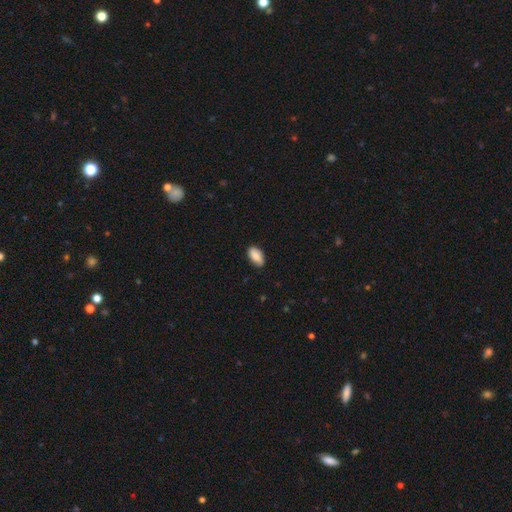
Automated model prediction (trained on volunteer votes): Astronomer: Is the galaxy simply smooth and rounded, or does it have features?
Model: smooth — 84%.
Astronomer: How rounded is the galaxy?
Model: in between — 94%.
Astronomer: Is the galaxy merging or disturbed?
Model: none — 82%.